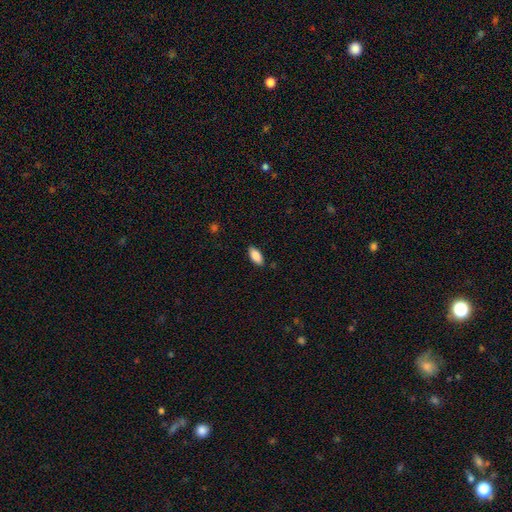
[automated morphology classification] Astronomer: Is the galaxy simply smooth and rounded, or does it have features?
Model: smooth — 86%.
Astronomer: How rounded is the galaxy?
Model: in between — 89%.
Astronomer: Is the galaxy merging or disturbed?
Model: none — 87%.